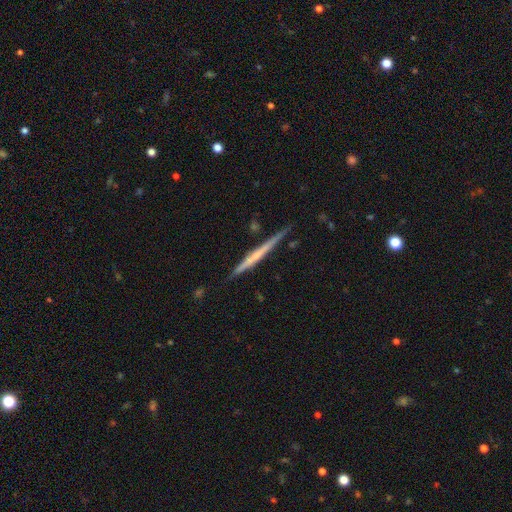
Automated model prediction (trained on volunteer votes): Smooth or featured? featured or disk (63%)
Edge-on disk? yes (98%)
Edge-on bulge? none (68%)
Merging? none (85%)